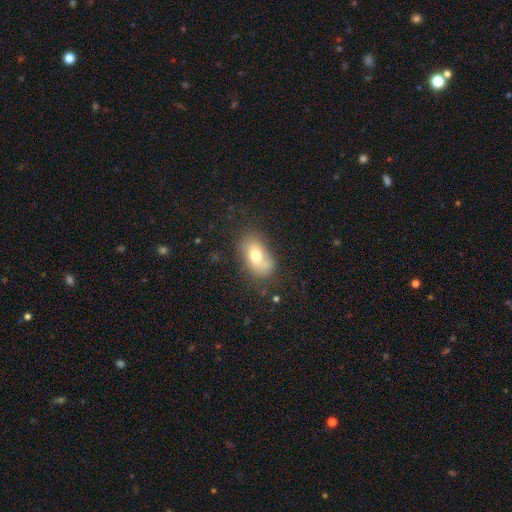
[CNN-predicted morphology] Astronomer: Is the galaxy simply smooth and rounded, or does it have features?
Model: smooth — 70%.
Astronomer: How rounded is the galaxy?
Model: in between — 87%.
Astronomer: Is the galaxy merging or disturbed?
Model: none — 68%.